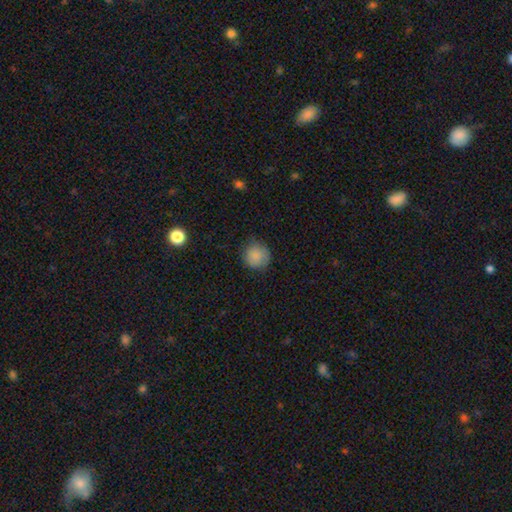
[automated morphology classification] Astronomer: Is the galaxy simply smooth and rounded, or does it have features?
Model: smooth — 84%.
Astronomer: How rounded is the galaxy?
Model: round — 90%.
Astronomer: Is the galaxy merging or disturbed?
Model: none — 78%.